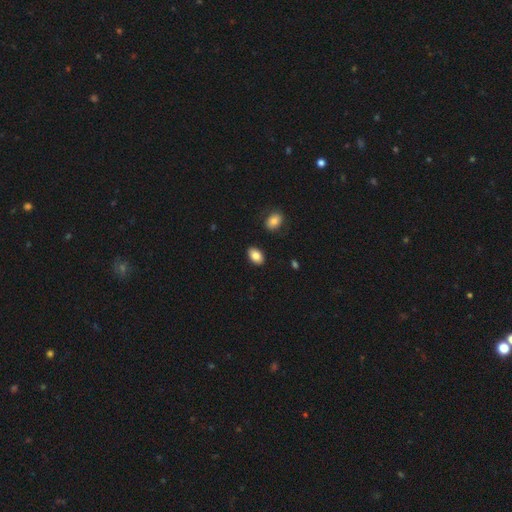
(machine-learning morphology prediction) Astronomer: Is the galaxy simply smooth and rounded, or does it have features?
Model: smooth — 85%.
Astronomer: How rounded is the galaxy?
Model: in between — 90%.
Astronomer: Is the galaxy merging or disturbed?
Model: none — 88%.